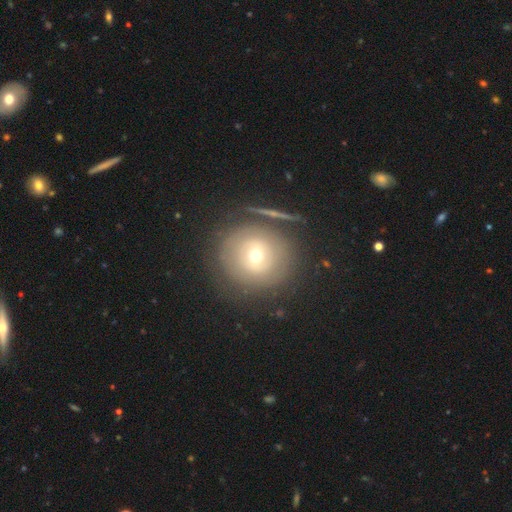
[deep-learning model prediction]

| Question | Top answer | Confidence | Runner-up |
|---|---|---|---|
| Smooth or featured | featured or disk | 46% | smooth (41%) |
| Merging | none | 79% | minor disturbance (11%) |